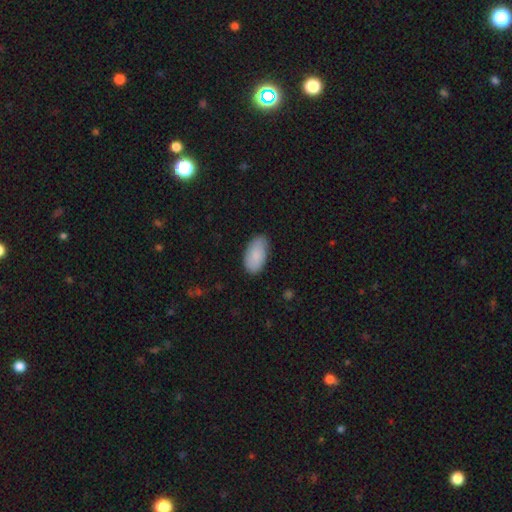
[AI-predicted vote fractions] Q: Smooth or featured?
A: smooth (86%); runner-up: featured or disk (8%)
Q: How rounded?
A: in between (95%); runner-up: round (3%)
Q: Merging?
A: none (76%); runner-up: minor disturbance (20%)